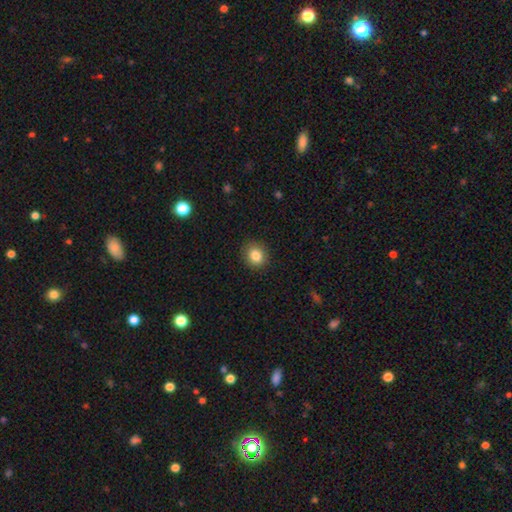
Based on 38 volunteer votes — A smooth galaxy with no disk features (89%) that is round (82%). Merging: none (89%).